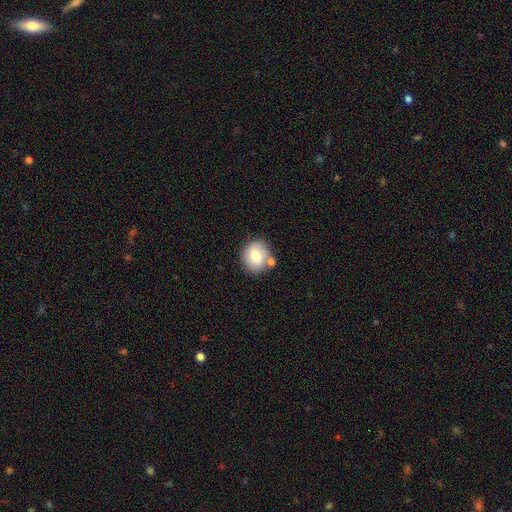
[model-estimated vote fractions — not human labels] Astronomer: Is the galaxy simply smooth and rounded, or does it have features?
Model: smooth — 78%.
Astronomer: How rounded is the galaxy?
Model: round — 79%.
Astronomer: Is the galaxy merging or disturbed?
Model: none — 70%.